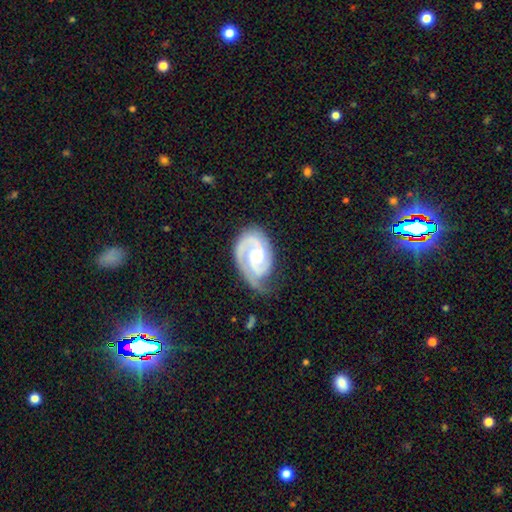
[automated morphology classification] featured or disk 90%, smooth 6%, star or artifact 4%. Down the decision tree: edge-on disk — no (98%); bar — no (57%); spiral arms — yes (98%); spiral arm count — 2 (75%); spiral winding — tight (62%); bulge size — moderate (59%); merging — none (64%).